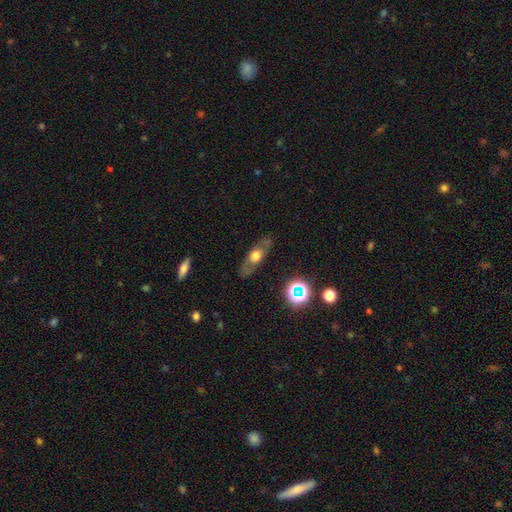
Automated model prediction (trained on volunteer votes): smooth-or-featured: featured or disk: 50% | smooth: 39% | star or artifact: 10%
  disk-edge-on: yes: 54% | no: 46%
  merging: none: 79% | minor disturbance: 13% | major disturbance: 6% | merger: 2%